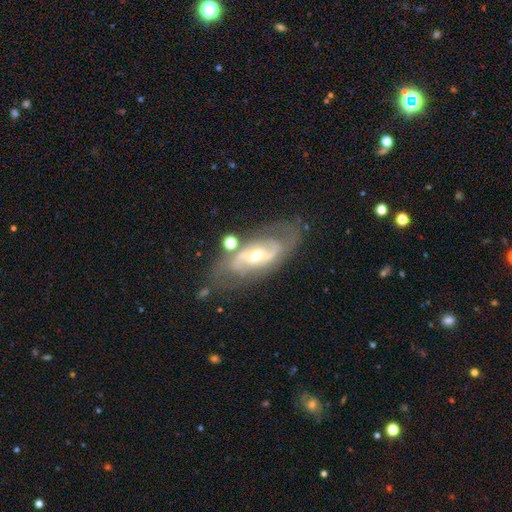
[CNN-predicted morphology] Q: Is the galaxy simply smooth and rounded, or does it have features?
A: featured or disk — 84%.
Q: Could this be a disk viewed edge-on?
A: no — 92%.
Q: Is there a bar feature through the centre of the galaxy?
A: weak — 42%.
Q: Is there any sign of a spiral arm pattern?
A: yes — 90%.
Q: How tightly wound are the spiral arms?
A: medium — 48%.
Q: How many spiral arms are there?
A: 2 — 81%.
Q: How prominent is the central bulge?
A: moderate — 51%.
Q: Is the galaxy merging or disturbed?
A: none — 68%.